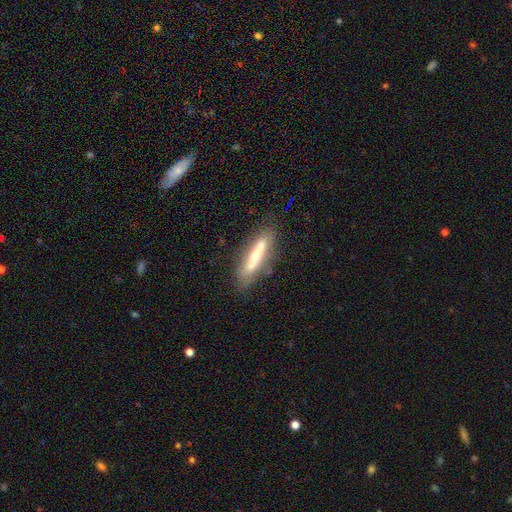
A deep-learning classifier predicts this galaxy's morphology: Smooth or featured? Predicted: featured or disk (p=0.55). Edge-on disk? Predicted: yes (p=0.72). Merging? Predicted: none (p=0.78).